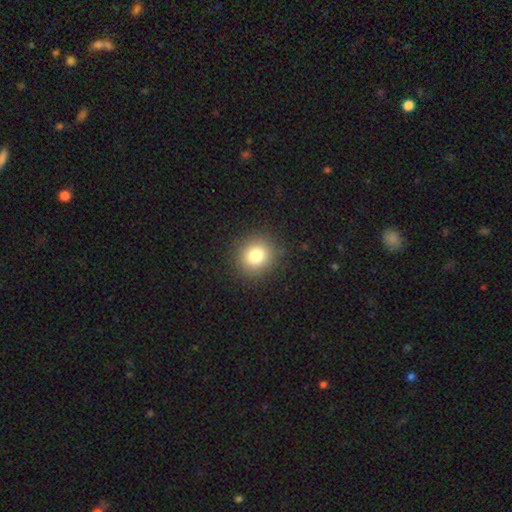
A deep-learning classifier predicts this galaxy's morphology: This appears to be a smooth galaxy with no disk features (81%) that is round (85%). Merging: none (89%).